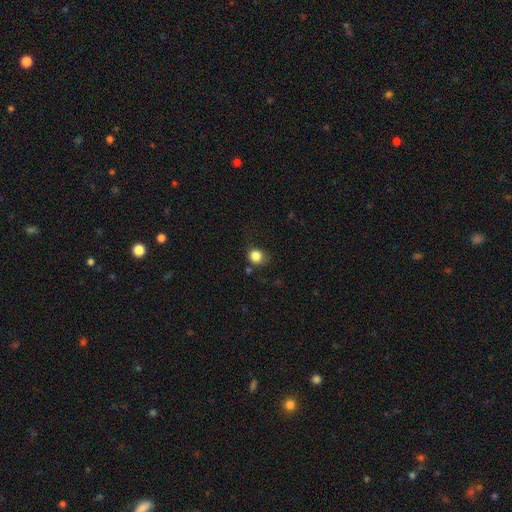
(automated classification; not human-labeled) Morphology: type=smooth (84%); roundness=round (81%); merging=none (71%).